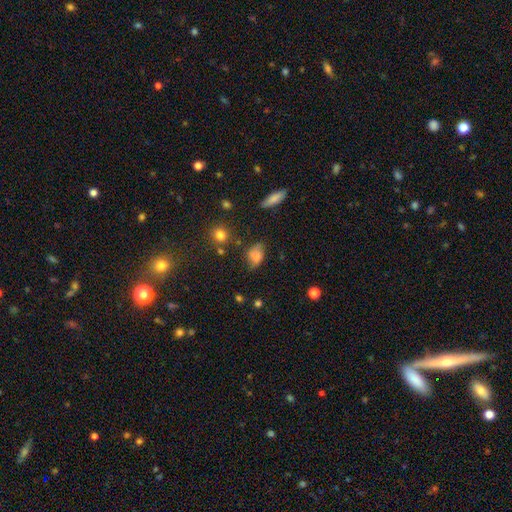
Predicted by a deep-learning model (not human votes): The model was most divided on "merging": none: 52%, minor disturbance: 30%, major disturbance: 12%, merger: 6%. More confident: how rounded — in between (77%); smooth or featured — smooth (68%).